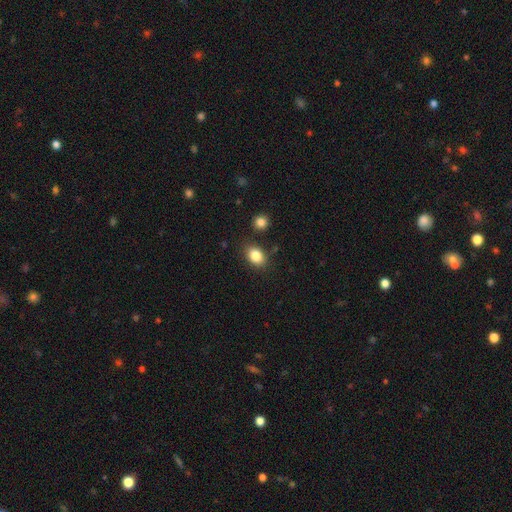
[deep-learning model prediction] This appears to be a smooth galaxy with no disk features (85%) that is in between round and cigar-shaped (74%). Merging: none (80%).